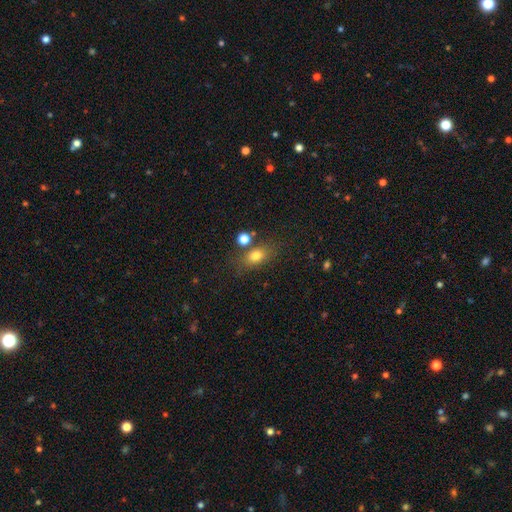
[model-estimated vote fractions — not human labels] smooth 77%, star or artifact 12%, featured or disk 10%. Down the decision tree: how rounded — in between (72%); merging — none (68%).